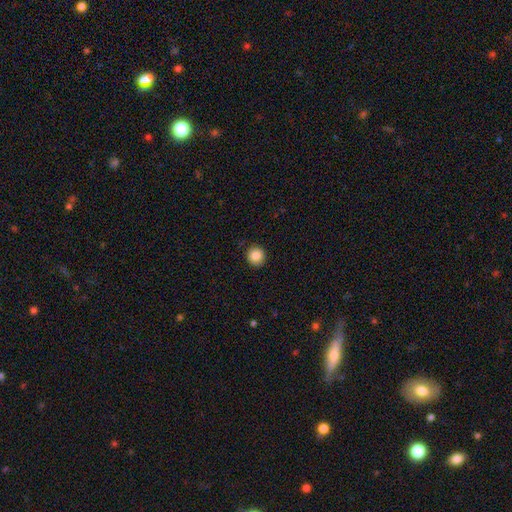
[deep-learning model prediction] A smooth galaxy with no disk features (86%) that is round (92%).

Vote fractions:
- Smooth or featured? smooth: 86% / star or artifact: 9% / featured or disk: 5%
- How rounded? round: 92% / in between: 7% / cigar-shaped: 1%
- Merging? none: 91% / minor disturbance: 6% / major disturbance: 2% / merger: 1%